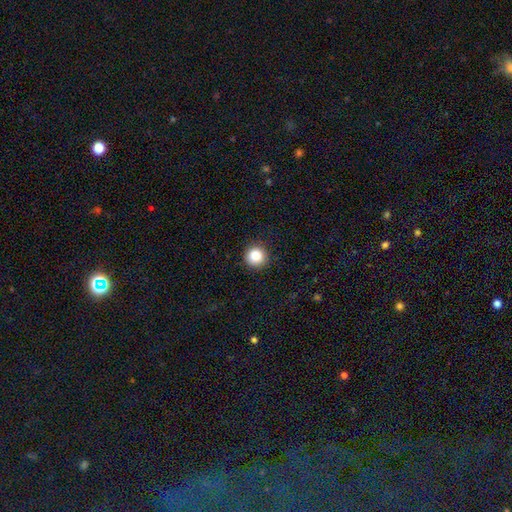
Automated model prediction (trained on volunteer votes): This is clearly a smooth galaxy (87%). How rounded: clearly round (95%). Merging: clearly none (91%).